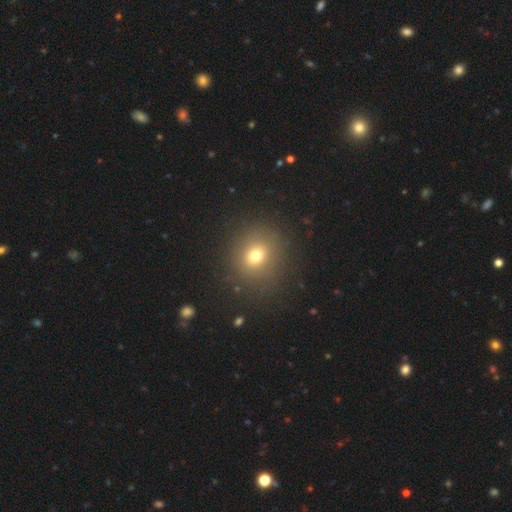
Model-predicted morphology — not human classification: smooth 71%, star or artifact 17%, featured or disk 11%. Down the decision tree: how rounded — round (81%); merging — none (86%).